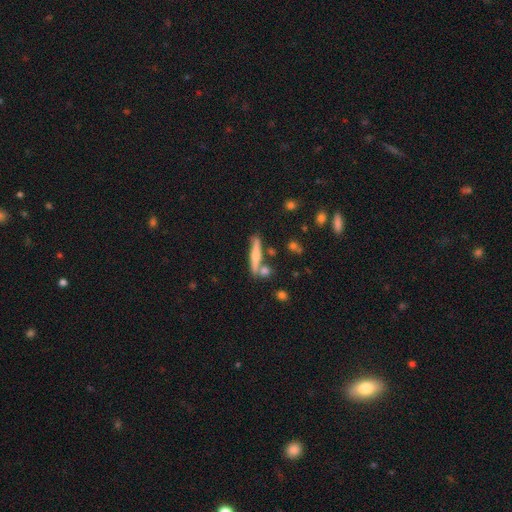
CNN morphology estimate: Overall: featured or disk (54%; smooth 39%). Edge-on disk: yes (95%). Edge-on bulge: rounded (83%). Merging: none (75%).